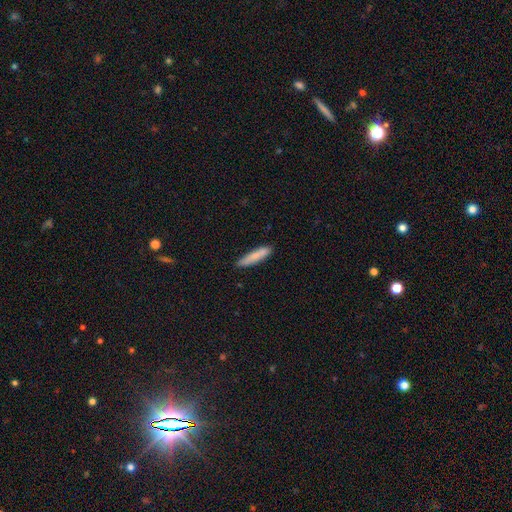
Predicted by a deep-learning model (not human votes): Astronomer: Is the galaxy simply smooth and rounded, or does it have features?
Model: smooth — 81%.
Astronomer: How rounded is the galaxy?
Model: cigar-shaped — 86%.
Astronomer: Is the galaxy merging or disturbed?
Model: none — 84%.